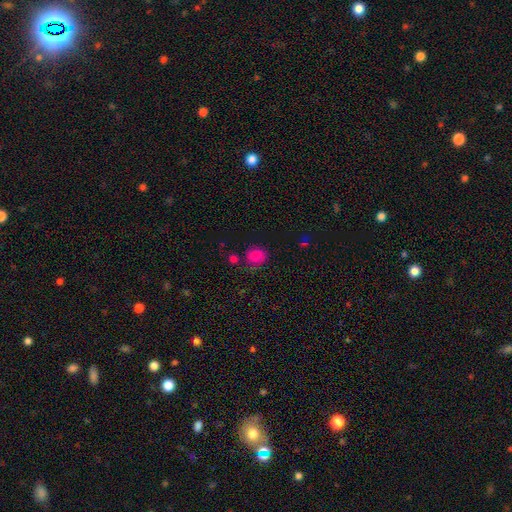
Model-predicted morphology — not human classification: The model was most divided on "merging": none: 56%, minor disturbance: 23%, major disturbance: 11%, merger: 10%. More confident: smooth or featured — smooth (78%); how rounded — round (69%).